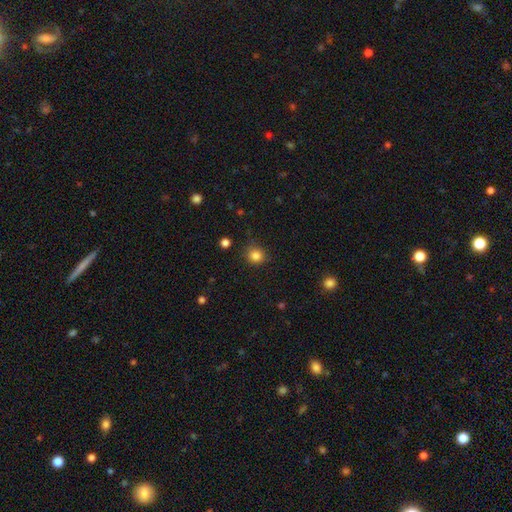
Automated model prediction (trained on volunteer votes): smooth_or_featured: smooth (p=0.83) [alt: star or artifact p=0.12]
how_rounded: round (p=0.89) [alt: in between p=0.10]
merging: none (p=0.82) [alt: minor disturbance p=0.13]